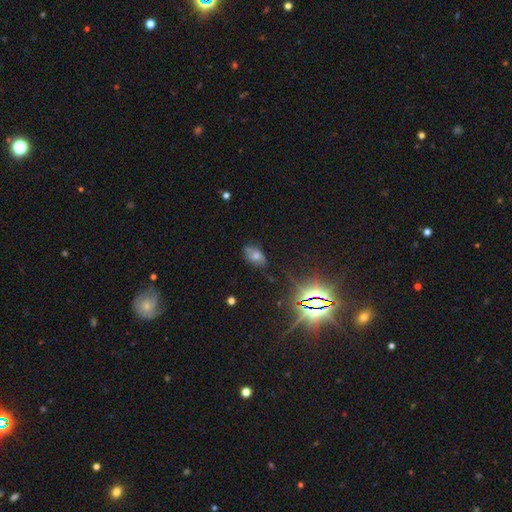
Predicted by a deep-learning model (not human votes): smooth-or-featured: star or artifact: 48% | smooth: 29% | featured or disk: 22%